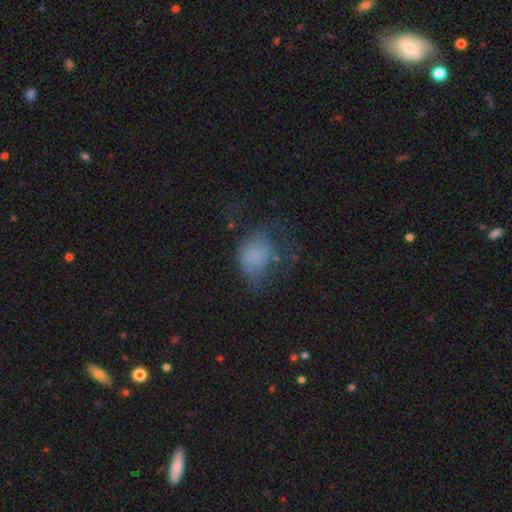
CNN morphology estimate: A smooth galaxy with no disk features (58%) that is in between round and cigar-shaped (64%).

Vote fractions:
- Smooth or featured? smooth: 58% / featured or disk: 26% / star or artifact: 15%
- How rounded? in between: 64% / round: 35% / cigar-shaped: 1%
- Merging? major disturbance: 46% / none: 27% / minor disturbance: 23% / merger: 4%